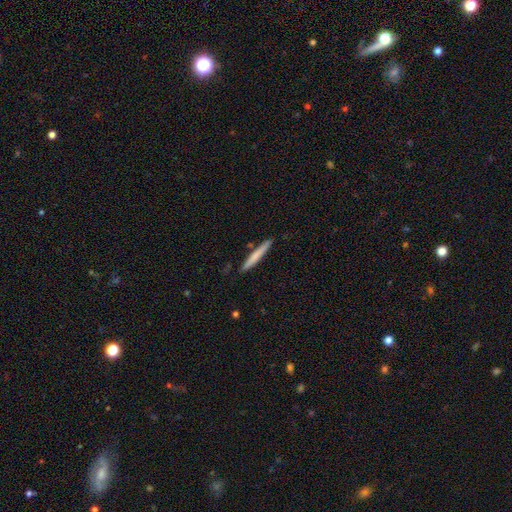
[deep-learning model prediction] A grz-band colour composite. It shows a smooth galaxy with no disk features (68%) that is cigar-shaped (96%). Merging: none (87%).